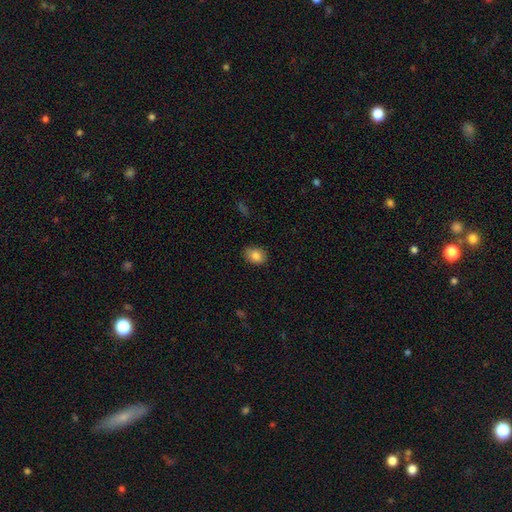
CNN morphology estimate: smooth 85%, star or artifact 9%, featured or disk 7%. Down the decision tree: how rounded — in between (69%); merging — none (84%).